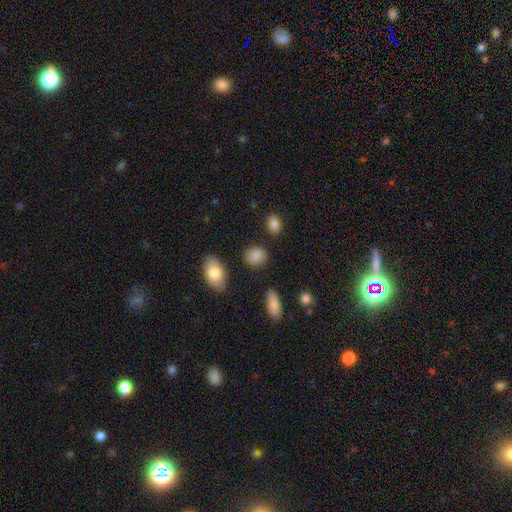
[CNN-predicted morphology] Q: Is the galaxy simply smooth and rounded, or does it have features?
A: smooth — 84%.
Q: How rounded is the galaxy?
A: round — 58%.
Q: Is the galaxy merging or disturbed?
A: none — 83%.